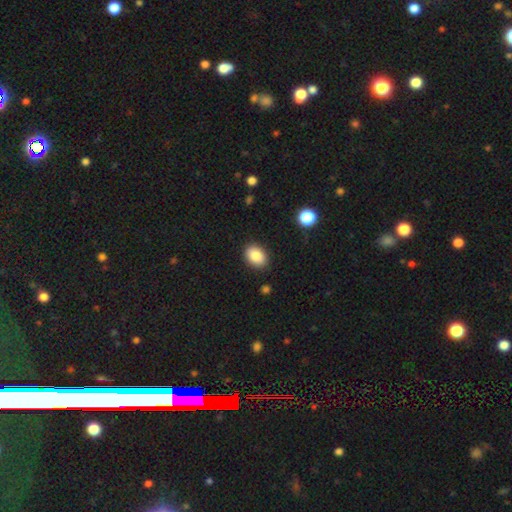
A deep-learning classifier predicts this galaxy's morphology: The model was most divided on "how rounded": in between: 76%, round: 23%, cigar-shaped: 1%. More confident: merging — none (88%); smooth or featured — smooth (86%).